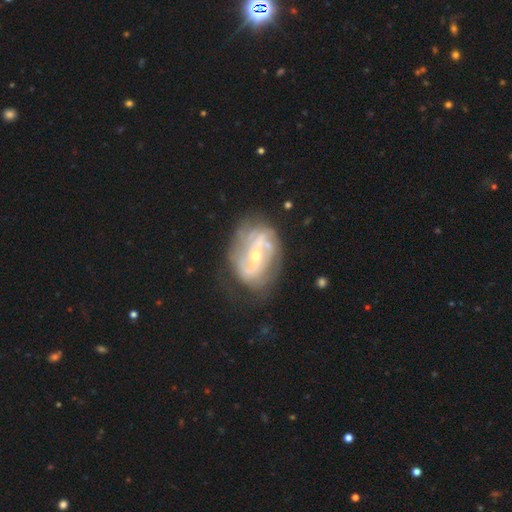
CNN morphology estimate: smooth_or_featured: featured or disk (p=0.83) [alt: smooth p=0.10]
disk_edge_on: no (p=0.96) [alt: yes p=0.04]
bar: no (p=0.39) [alt: weak p=0.36]
has_spiral_arms: yes (p=0.88) [alt: no p=0.12]
spiral_winding: tight (p=0.41) [alt: medium p=0.39]
spiral_arm_count: 2 (p=0.47) [alt: can't tell p=0.30]
bulge_size: small (p=0.57) [alt: moderate p=0.39]
merging: none (p=0.62) [alt: minor disturbance p=0.22]